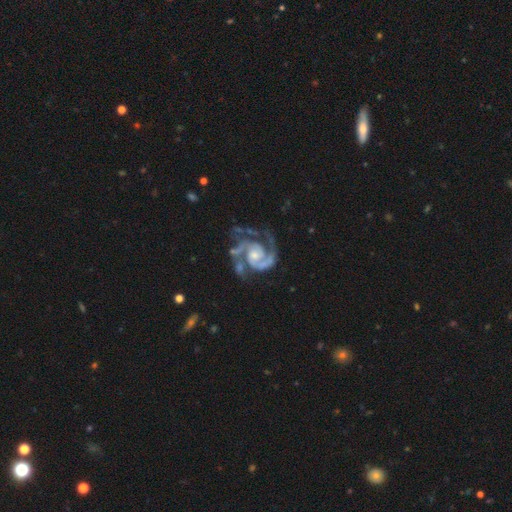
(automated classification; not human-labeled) Overall: featured or disk (93%). Edge-on disk: no (98%). Bar: no (64%; weak 28%). Spiral arms: yes (98%). Spiral arm count: 2 (78%). Spiral winding: medium (51%; tight 41%). Bulge size: small (51%; moderate 38%). Merging: none (53%; minor disturbance 21%).